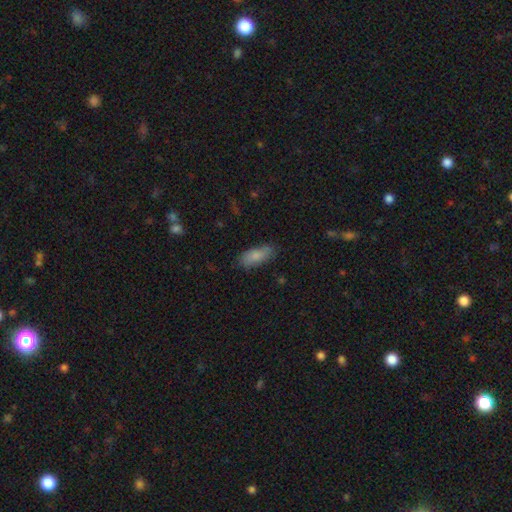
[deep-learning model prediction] Q: Smooth or featured?
A: smooth (83%); runner-up: featured or disk (10%)
Q: How rounded?
A: in between (79%); runner-up: cigar-shaped (19%)
Q: Merging?
A: none (76%); runner-up: minor disturbance (19%)